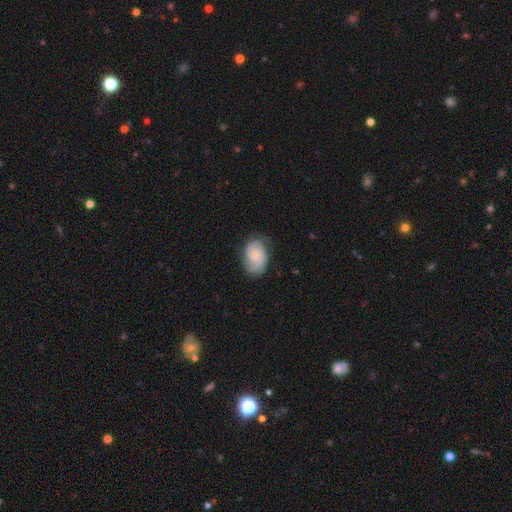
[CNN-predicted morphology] Q: Smooth or featured?
A: featured or disk (64%); runner-up: smooth (29%)
Q: Edge-on disk?
A: no (97%); runner-up: yes (3%)
Q: Bar?
A: no (73%); runner-up: weak (24%)
Q: Spiral arms?
A: yes (92%); runner-up: no (8%)
Q: Spiral winding?
A: tight (45%); runner-up: medium (41%)
Q: Spiral arm count?
A: 2 (62%); runner-up: can't tell (19%)
Q: Bulge size?
A: small (66%); runner-up: moderate (26%)
Q: Merging?
A: none (70%); runner-up: minor disturbance (22%)